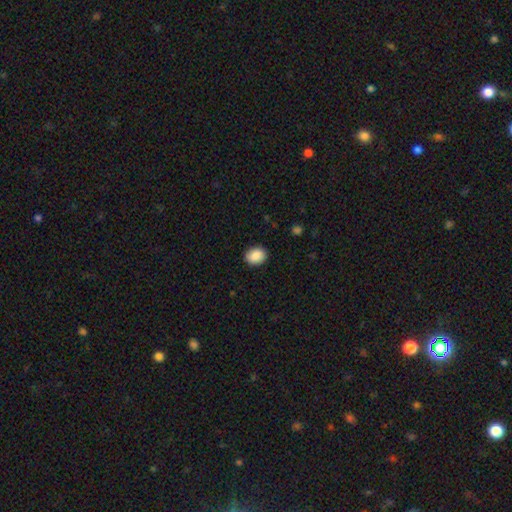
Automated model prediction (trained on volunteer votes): Q: Smooth or featured?
A: smooth (89%); runner-up: star or artifact (7%)
Q: How rounded?
A: in between (59%); runner-up: round (40%)
Q: Merging?
A: none (89%); runner-up: minor disturbance (8%)